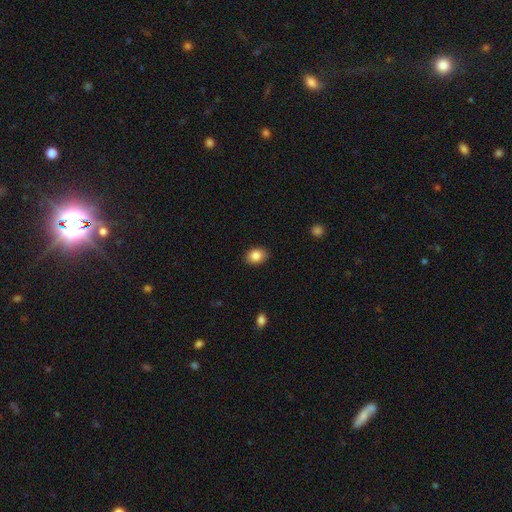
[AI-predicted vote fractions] Smooth or featured? Predicted: smooth (p=0.86). How rounded? Predicted: in between (p=0.65). Merging? Predicted: none (p=0.88).